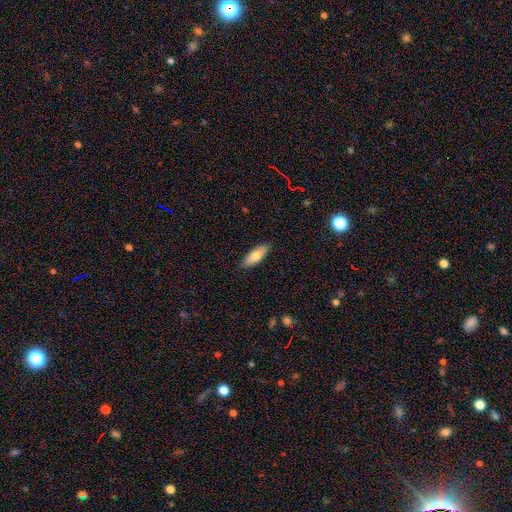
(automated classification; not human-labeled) Smooth or featured?
  - smooth: 73% *
  - featured or disk: 21%
  - star or artifact: 6%
How rounded?
  - in between: 63% *
  - cigar-shaped: 35%
  - round: 2%
Merging?
  - none: 88% *
  - minor disturbance: 10%
  - major disturbance: 2%
  - merger: 1%